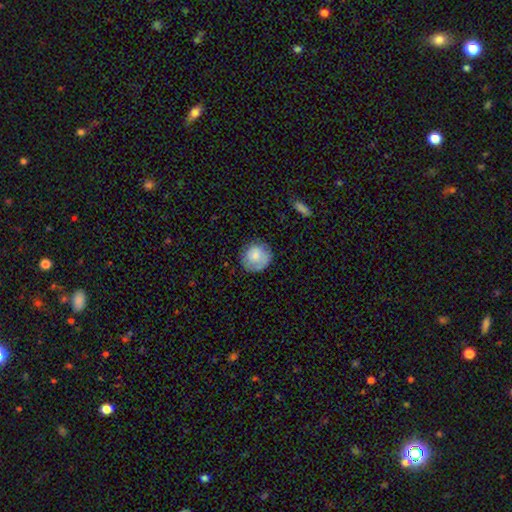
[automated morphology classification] Smooth or featured? Predicted: smooth (p=0.77). How rounded? Predicted: round (p=0.86). Merging? Predicted: none (p=0.73).